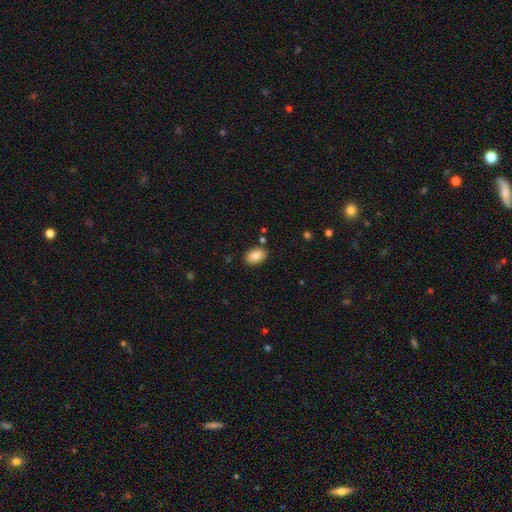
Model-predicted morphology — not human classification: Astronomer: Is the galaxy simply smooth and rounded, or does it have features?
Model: smooth — 83%.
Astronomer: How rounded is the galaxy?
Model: in between — 88%.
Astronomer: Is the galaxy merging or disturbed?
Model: none — 86%.